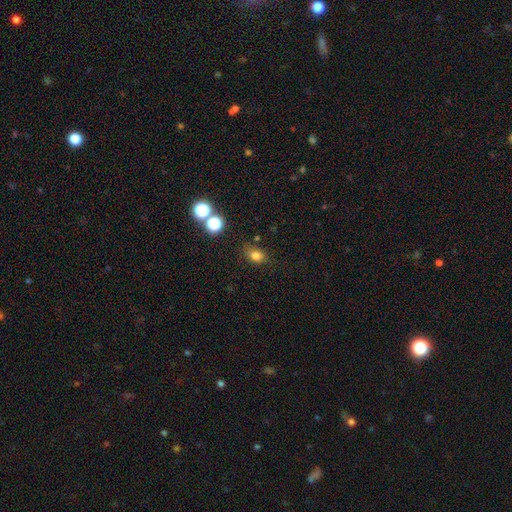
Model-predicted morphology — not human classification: smooth-or-featured: smooth: 78% | star or artifact: 15% | featured or disk: 7%
  how-rounded: in between: 64% | round: 35% | cigar-shaped: 1%
  merging: none: 73% | minor disturbance: 17% | major disturbance: 5% | merger: 5%